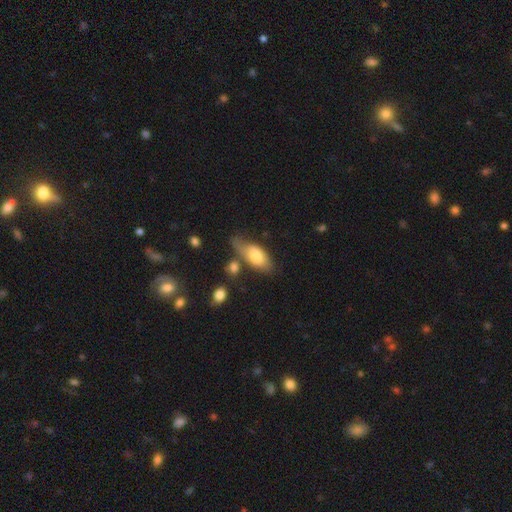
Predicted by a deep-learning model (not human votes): smooth-or-featured: smooth: 70% | featured or disk: 24% | star or artifact: 6%
  how-rounded: in between: 87% | cigar-shaped: 10% | round: 3%
  merging: none: 41% | minor disturbance: 30% | major disturbance: 16% | merger: 13%